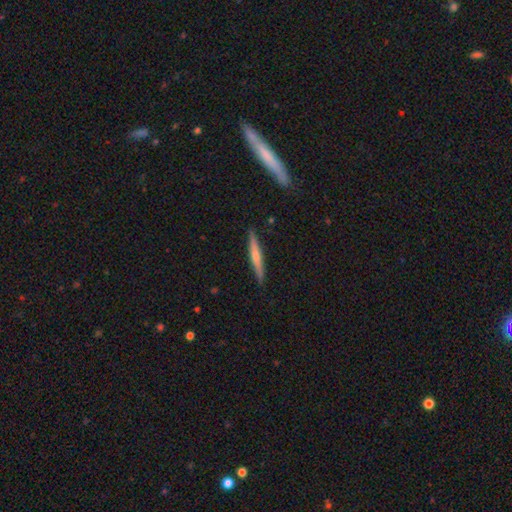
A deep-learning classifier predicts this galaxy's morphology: This is possibly a featured or disk galaxy (48%). Merging: clearly none (89%).